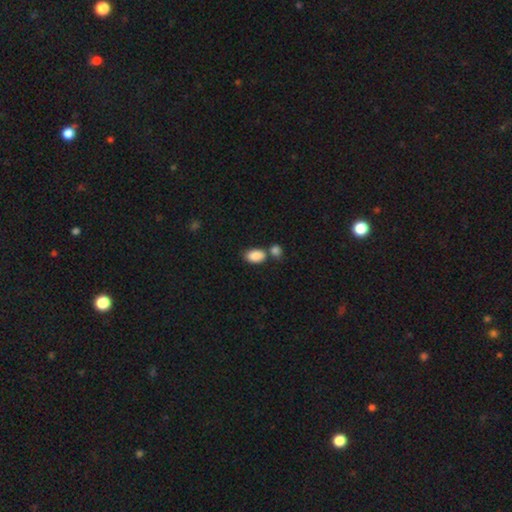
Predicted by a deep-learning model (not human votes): The model was most divided on "merging": none: 51%, merger: 32%, minor disturbance: 12%, major disturbance: 4%. More confident: how rounded — in between (90%); smooth or featured — smooth (88%).